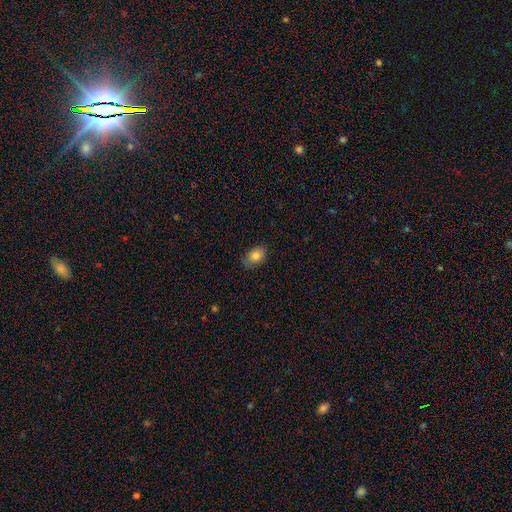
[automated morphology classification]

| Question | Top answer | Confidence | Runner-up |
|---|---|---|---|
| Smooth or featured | smooth | 83% | star or artifact (9%) |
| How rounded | in between | 74% | round (25%) |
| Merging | none | 77% | minor disturbance (19%) |